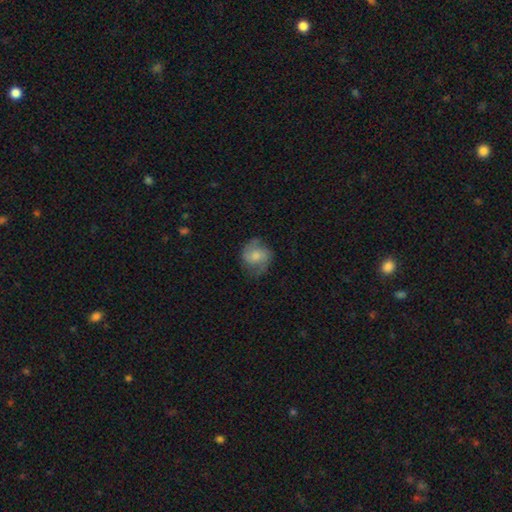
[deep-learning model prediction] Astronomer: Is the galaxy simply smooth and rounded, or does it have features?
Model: smooth — 48% (runner-up: featured or disk, 44%).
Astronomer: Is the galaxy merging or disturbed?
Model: none — 62%.